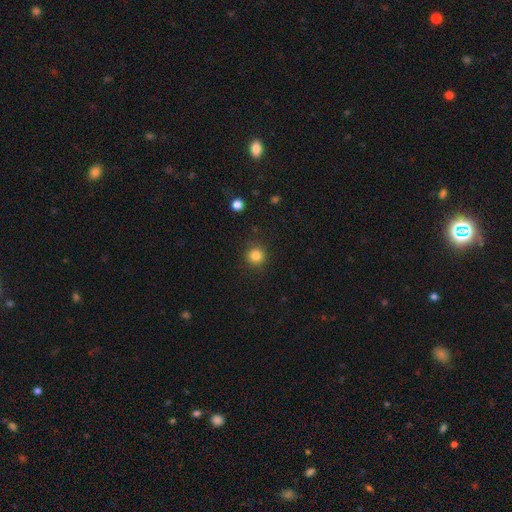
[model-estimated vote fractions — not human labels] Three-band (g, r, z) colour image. It shows a smooth galaxy with no disk features (84%) that is round (94%). Merging: none (90%).